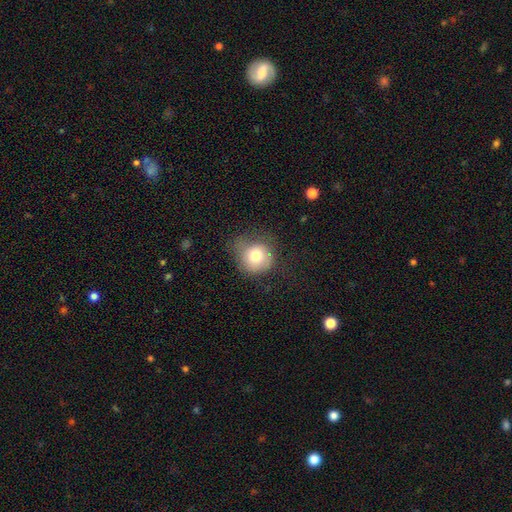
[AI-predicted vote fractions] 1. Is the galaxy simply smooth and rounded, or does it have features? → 76% smooth, 14% featured or disk, 10% star or artifact.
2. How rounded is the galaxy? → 85% round, 14% in between, 1% cigar-shaped.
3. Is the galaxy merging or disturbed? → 49% none, 32% minor disturbance, 17% major disturbance, 2% merger.